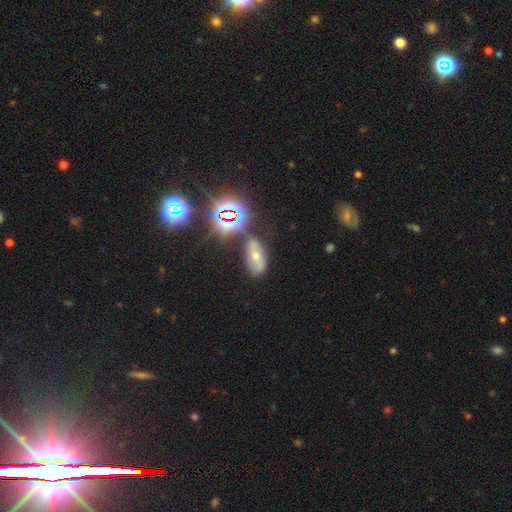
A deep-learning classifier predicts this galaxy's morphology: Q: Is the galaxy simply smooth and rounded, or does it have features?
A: star or artifact — 38%.